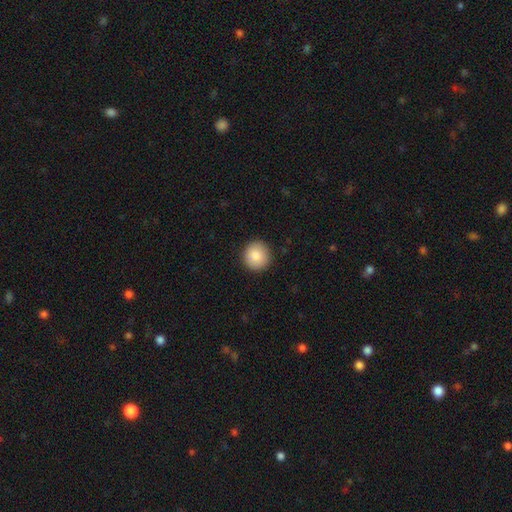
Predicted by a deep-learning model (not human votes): Overall: smooth (86%). How rounded: round (93%). Merging: none (91%).